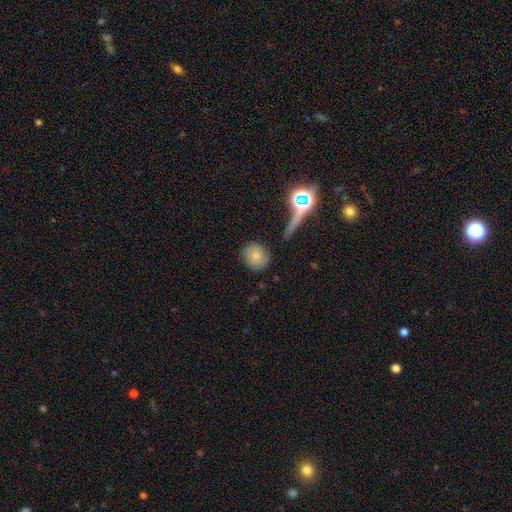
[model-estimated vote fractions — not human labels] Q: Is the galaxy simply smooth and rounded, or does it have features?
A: smooth — 78%.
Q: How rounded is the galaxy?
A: round — 79%.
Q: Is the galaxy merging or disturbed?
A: none — 81%.